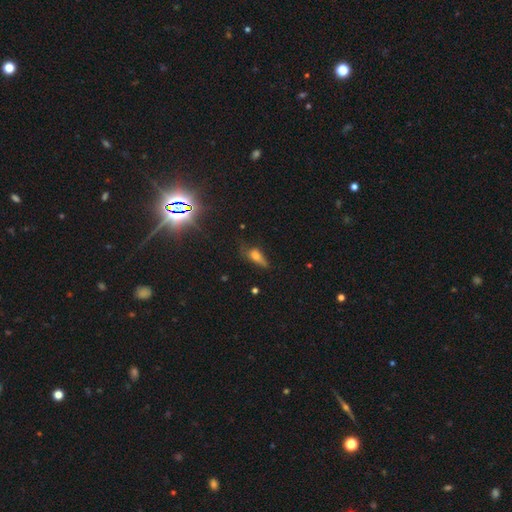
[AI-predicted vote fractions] A smooth galaxy with no disk features (54%) that is in between round and cigar-shaped (66%). Merging: none (44%).